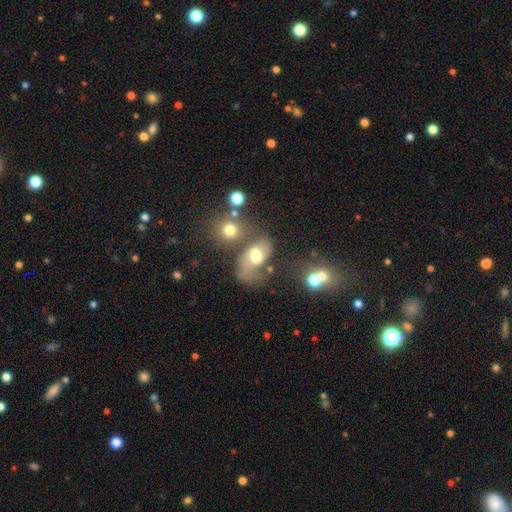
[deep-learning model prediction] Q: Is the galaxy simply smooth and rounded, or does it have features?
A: smooth — 48%.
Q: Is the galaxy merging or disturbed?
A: none — 33%.